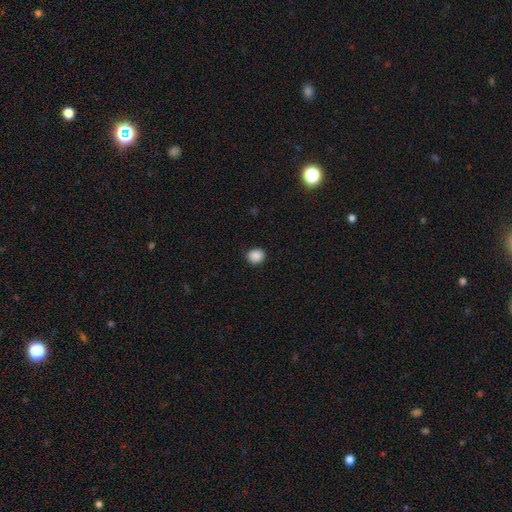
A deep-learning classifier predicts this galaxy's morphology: A smooth galaxy with no disk features (88%) that is round (83%). Merging: none (88%).